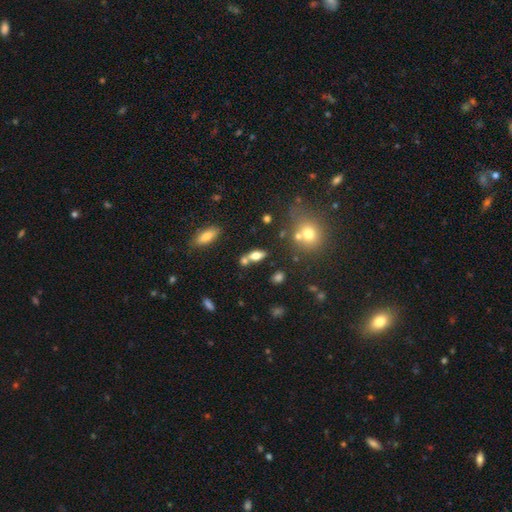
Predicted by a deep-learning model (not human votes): Smooth or featured: smooth — 65% (featured or disk — 24%)
How rounded: in between — 74% (cigar-shaped — 18%)
Merging: none — 52% (merger — 30%)